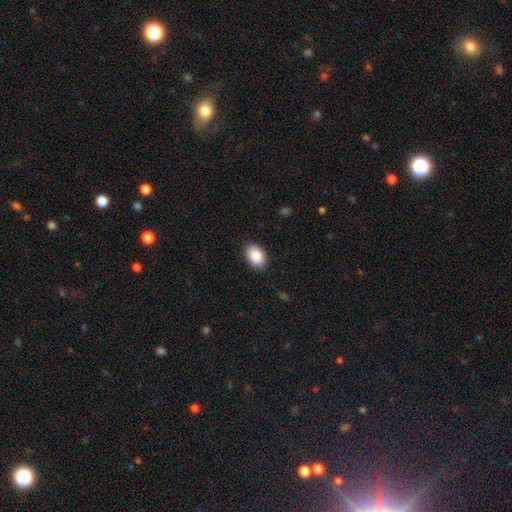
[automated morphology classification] smooth 89%, star or artifact 7%, featured or disk 4%. Down the decision tree: how rounded — in between (87%); merging — none (89%).